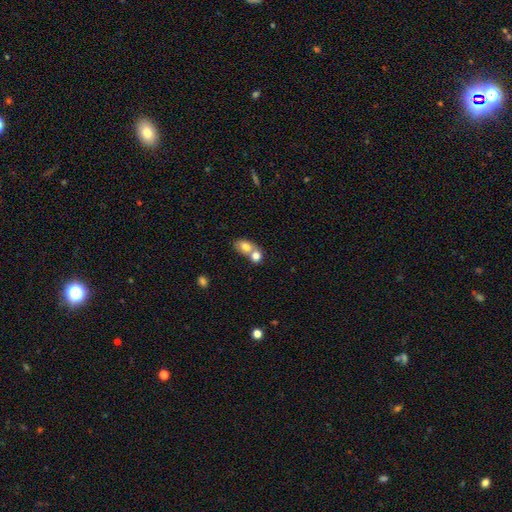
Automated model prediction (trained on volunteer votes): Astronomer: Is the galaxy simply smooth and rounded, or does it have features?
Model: smooth — 77%.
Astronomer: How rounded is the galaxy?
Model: round — 50% (runner-up: in between, 48%).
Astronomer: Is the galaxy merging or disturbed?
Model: merger — 67%.